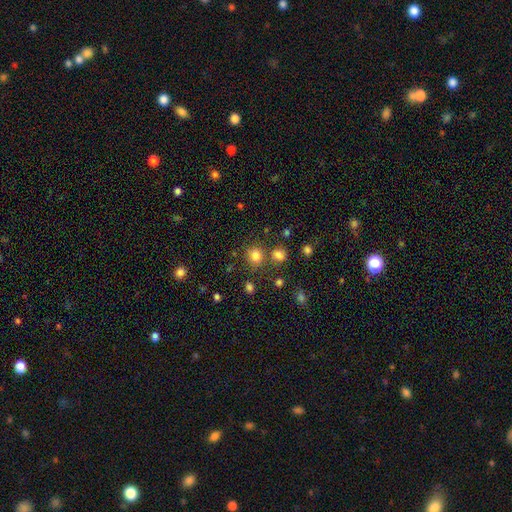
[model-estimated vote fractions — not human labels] Morphology: type=smooth (79%); roundness=round (82%); merging=none (73%).